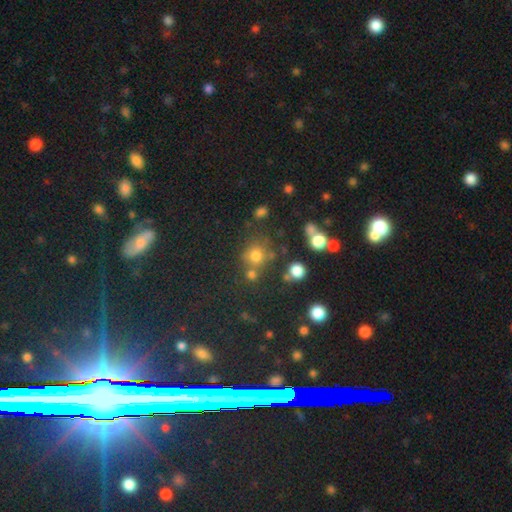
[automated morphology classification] Smooth or featured? smooth (71%)
How rounded? round (84%)
Merging? none (63%)